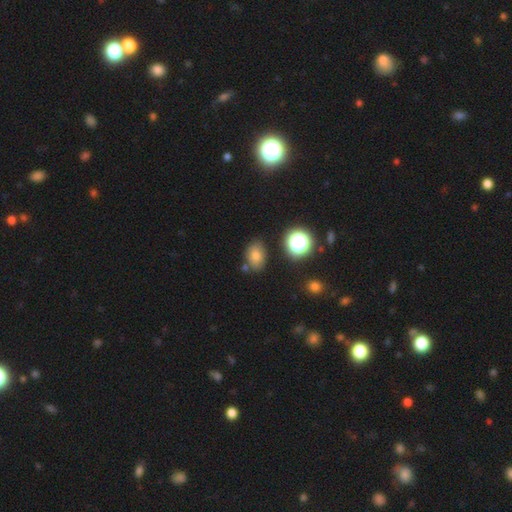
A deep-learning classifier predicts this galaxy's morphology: Smooth or featured? smooth (74%)
How rounded? in between (76%)
Merging? none (76%)